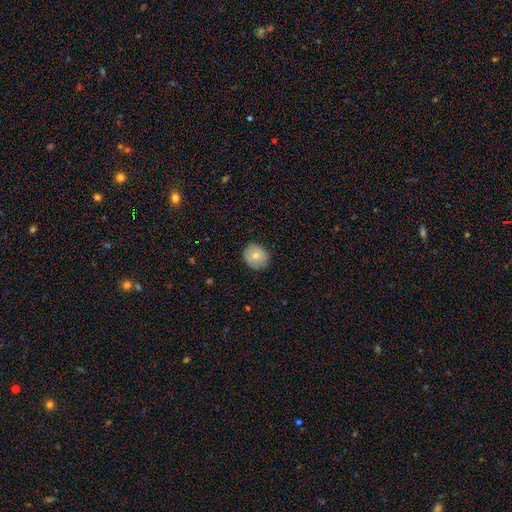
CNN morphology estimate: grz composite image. It shows a smooth galaxy with no disk features (75%) that is round (78%). Merging: none (81%).